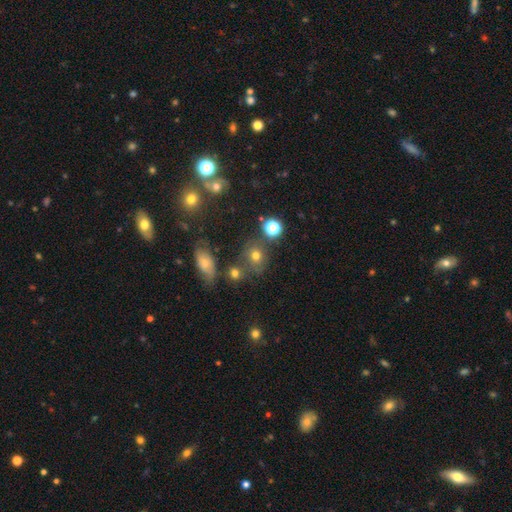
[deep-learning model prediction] Smooth or featured? smooth (65%)
How rounded? round (75%)
Merging? none (66%)